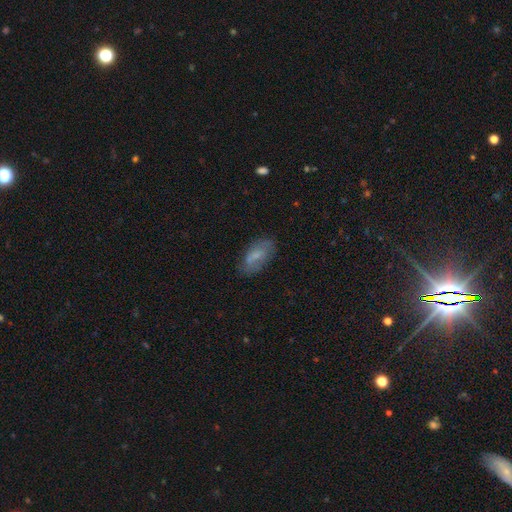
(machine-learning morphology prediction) Q: Smooth or featured?
A: smooth (62%); runner-up: featured or disk (30%)
Q: How rounded?
A: in between (89%); runner-up: cigar-shaped (7%)
Q: Merging?
A: none (70%); runner-up: minor disturbance (21%)